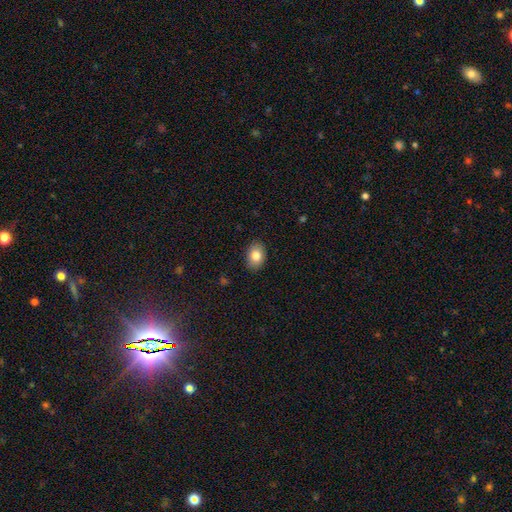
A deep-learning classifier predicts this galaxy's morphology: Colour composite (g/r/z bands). It shows a smooth galaxy with no disk features (81%) that is in between round and cigar-shaped (76%). Merging: none (89%).